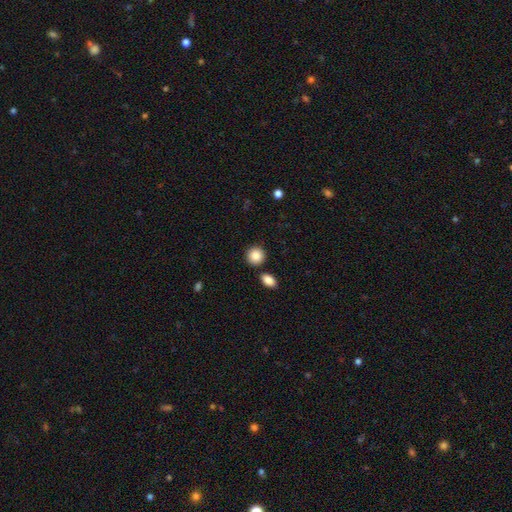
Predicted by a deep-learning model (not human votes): smooth 87%, star or artifact 8%, featured or disk 5%. Down the decision tree: how rounded — round (87%); merging — none (84%).